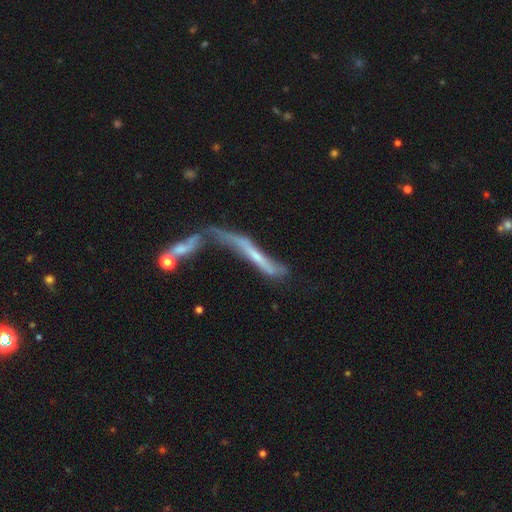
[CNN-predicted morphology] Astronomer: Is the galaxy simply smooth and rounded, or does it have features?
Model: featured or disk — 64%.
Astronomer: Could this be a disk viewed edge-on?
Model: yes — 54% (runner-up: no, 46%).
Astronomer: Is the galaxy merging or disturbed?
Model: merger — 46% (runner-up: major disturbance, 24%).